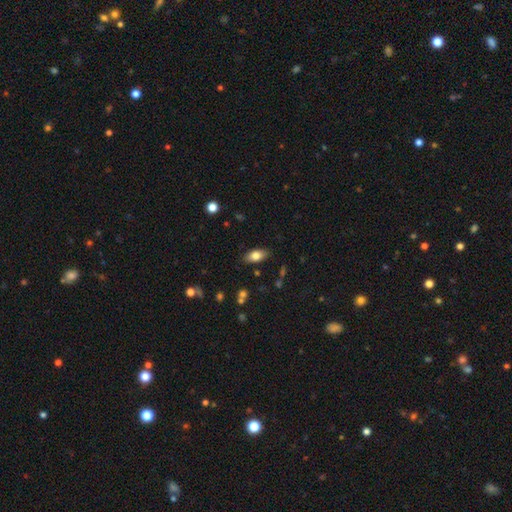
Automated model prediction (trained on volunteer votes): The model was most divided on "smooth or featured": smooth: 78%, featured or disk: 15%, star or artifact: 7%. More confident: how rounded — in between (88%); merging — none (85%).